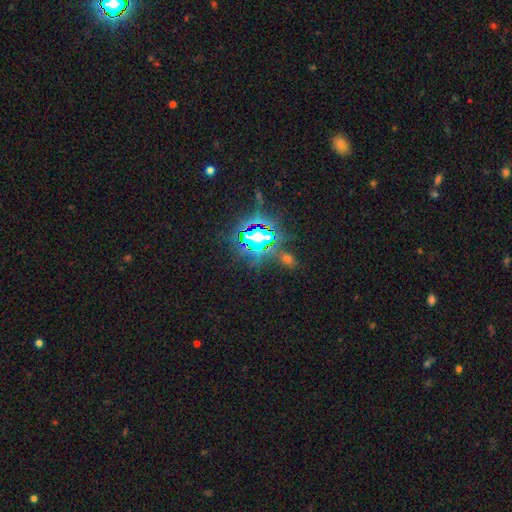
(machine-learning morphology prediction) Smooth or featured? star or artifact (80%)